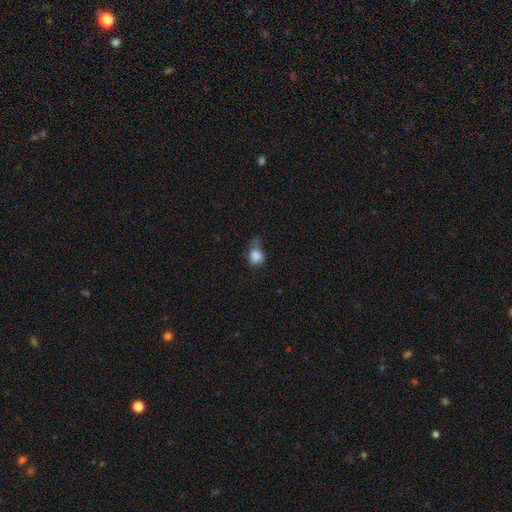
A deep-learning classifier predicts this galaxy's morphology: smooth_or_featured: smooth (p=0.83) [alt: star or artifact p=0.09]
how_rounded: round (p=0.67) [alt: in between p=0.32]
merging: none (p=0.39) [alt: minor disturbance p=0.38]